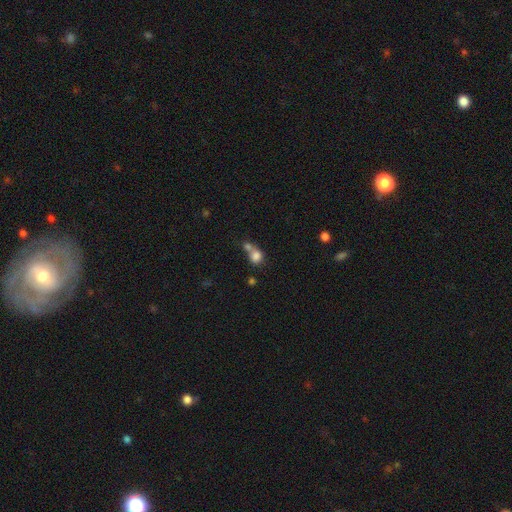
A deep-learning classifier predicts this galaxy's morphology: Smooth or featured? smooth (79%)
How rounded? round (72%)
Merging? merger (54%)